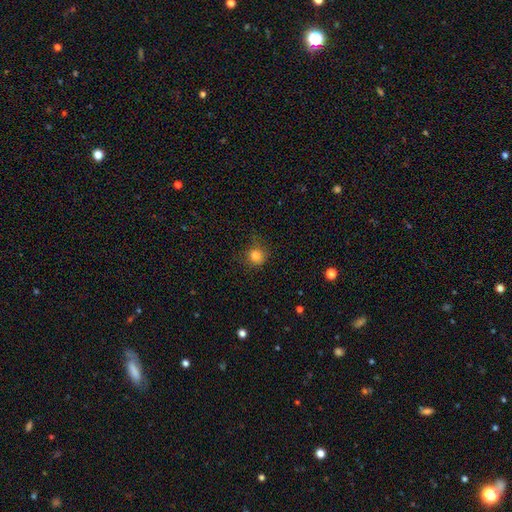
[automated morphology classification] This appears to be a smooth galaxy with no disk features (82%) that is round (90%). Merging: none (75%).